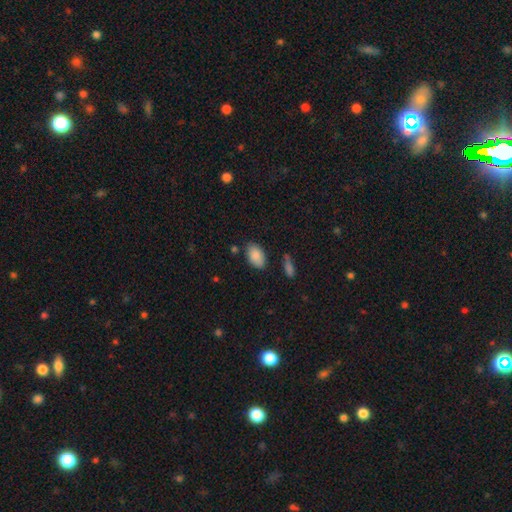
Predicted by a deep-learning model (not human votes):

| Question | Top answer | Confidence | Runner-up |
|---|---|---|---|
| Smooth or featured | smooth | 88% | star or artifact (7%) |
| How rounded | in between | 92% | round (6%) |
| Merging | none | 78% | minor disturbance (15%) |